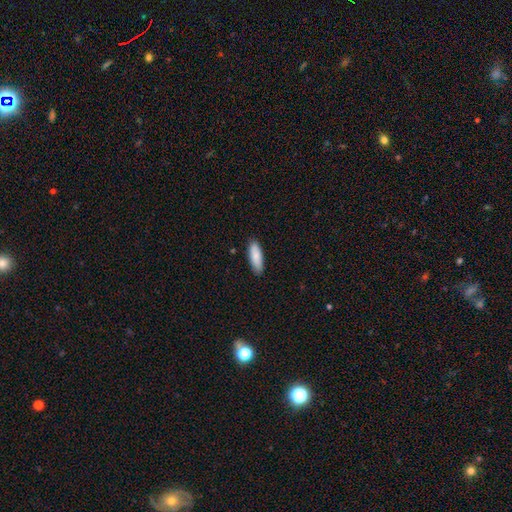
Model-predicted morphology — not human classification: The model was most divided on "how rounded": in between: 62%, cigar-shaped: 37%, round: 2%. More confident: merging — none (88%); smooth or featured — smooth (87%).